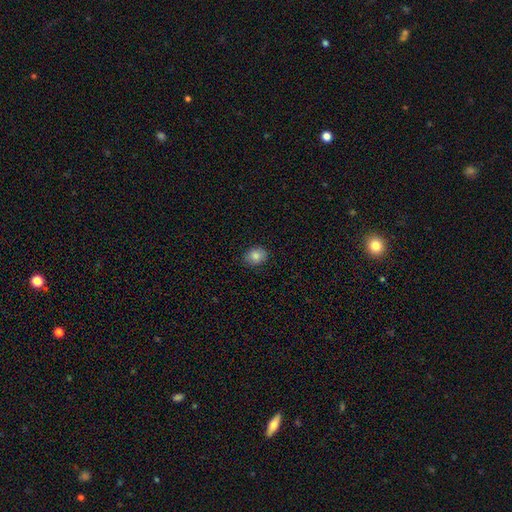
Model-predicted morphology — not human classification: Q: Smooth or featured?
A: smooth (84%); runner-up: star or artifact (9%)
Q: How rounded?
A: in between (52%); runner-up: round (47%)
Q: Merging?
A: none (86%); runner-up: minor disturbance (11%)